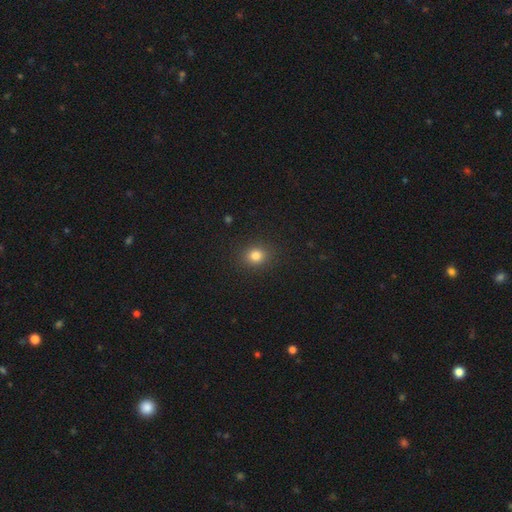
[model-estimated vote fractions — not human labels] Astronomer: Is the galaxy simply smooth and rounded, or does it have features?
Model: smooth — 82%.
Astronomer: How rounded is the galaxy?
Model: round — 75%.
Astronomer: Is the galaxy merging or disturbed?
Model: none — 89%.